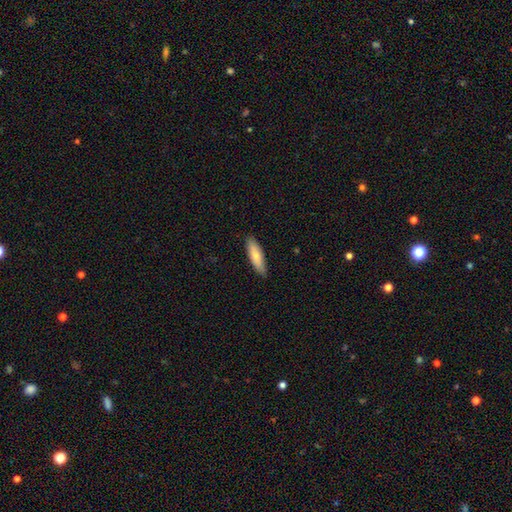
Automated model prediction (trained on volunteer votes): This appears to be a smooth galaxy with no disk features (72%) that is cigar-shaped (54%). Merging: none (87%).